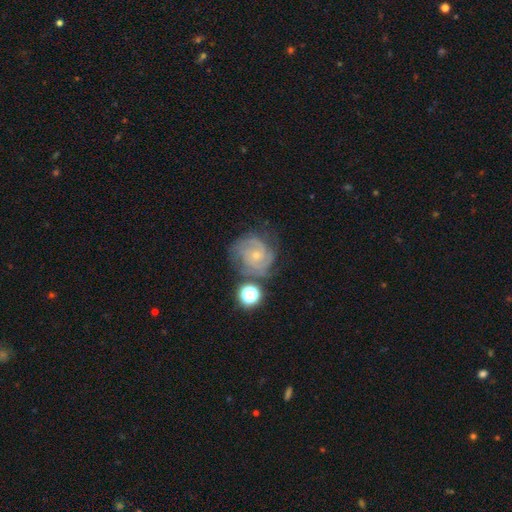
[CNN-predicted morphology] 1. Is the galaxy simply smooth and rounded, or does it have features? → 81% featured or disk, 10% smooth, 8% star or artifact.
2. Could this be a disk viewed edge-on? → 98% no, 2% yes.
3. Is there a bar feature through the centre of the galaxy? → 72% no, 23% weak, 4% strong.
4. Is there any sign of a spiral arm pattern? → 96% yes, 4% no.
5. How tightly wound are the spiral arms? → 62% tight, 32% medium, 6% loose.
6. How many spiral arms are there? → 34% 3, 27% 2, 21% can't tell, 8% 4, 5% 1, 5% more than 4.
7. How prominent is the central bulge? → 74% small, 22% moderate, 2% none, 1% large, 1% dominant.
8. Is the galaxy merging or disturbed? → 64% none, 21% minor disturbance, 10% major disturbance, 6% merger.